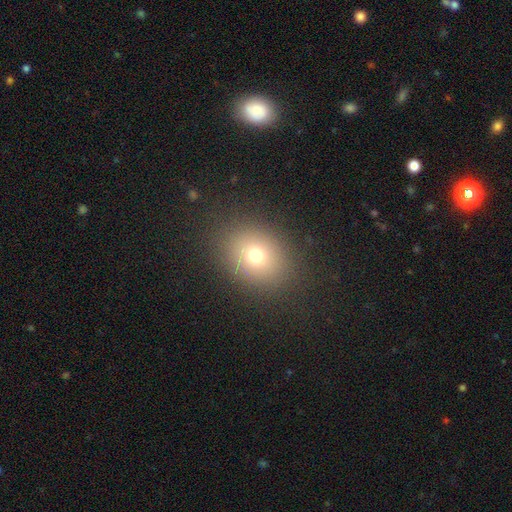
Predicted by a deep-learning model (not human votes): A smooth galaxy with no disk features (72%) that is round (52%).

Vote fractions:
- Smooth or featured? smooth: 72% / star or artifact: 16% / featured or disk: 12%
- How rounded? round: 52% / in between: 47% / cigar-shaped: 1%
- Merging? none: 85% / minor disturbance: 9% / major disturbance: 5% / merger: 1%